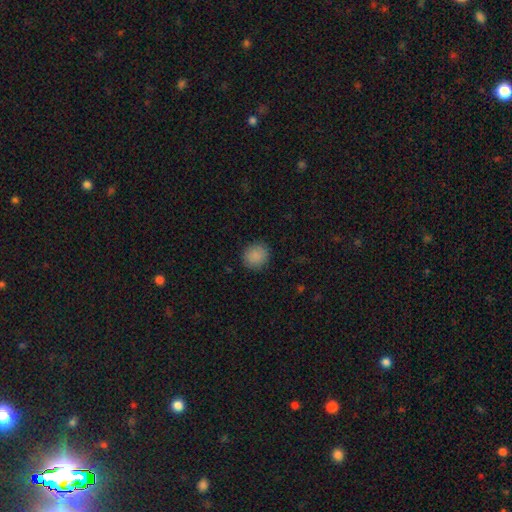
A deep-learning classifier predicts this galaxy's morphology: Smooth or featured?
  - smooth: 88% *
  - star or artifact: 9%
  - featured or disk: 4%
How rounded?
  - round: 87% *
  - in between: 13%
  - cigar-shaped: 1%
Merging?
  - none: 89% *
  - minor disturbance: 7%
  - major disturbance: 2%
  - merger: 1%